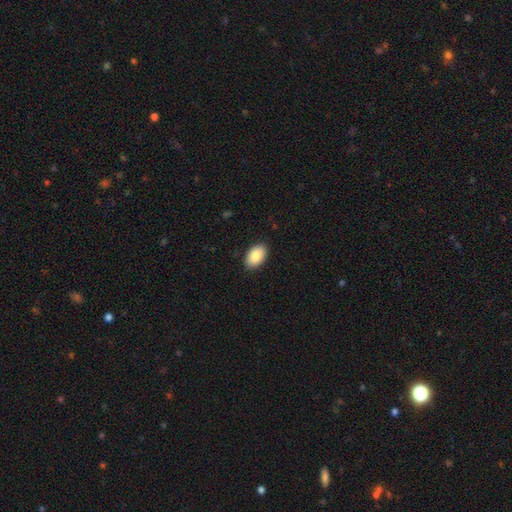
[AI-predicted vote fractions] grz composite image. It shows a smooth galaxy with no disk features (88%) that is in between round and cigar-shaped (93%). Merging: none (89%).